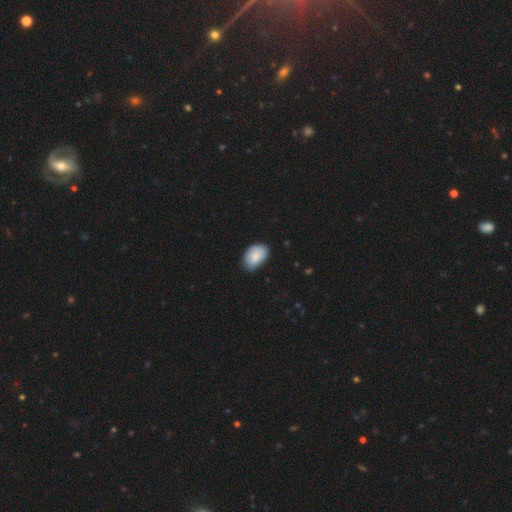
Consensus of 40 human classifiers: smooth_or_featured: smooth (p=0.88) [alt: featured or disk p=0.07]
how_rounded: in between (p=0.83) [alt: round p=0.17]
merging: none (p=0.66) [alt: minor disturbance p=0.26]